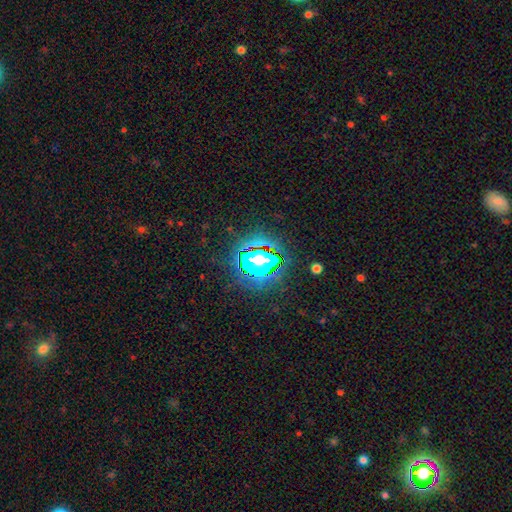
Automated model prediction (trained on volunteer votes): A star or artifact, not a galaxy (82%).